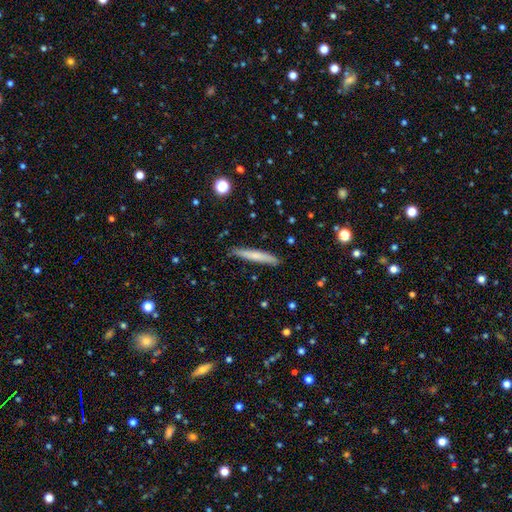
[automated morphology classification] Smooth or featured?
  - smooth: 66% *
  - featured or disk: 28%
  - star or artifact: 6%
How rounded?
  - cigar-shaped: 95% *
  - in between: 4%
  - round: 1%
Merging?
  - none: 87% *
  - minor disturbance: 10%
  - major disturbance: 2%
  - merger: 1%